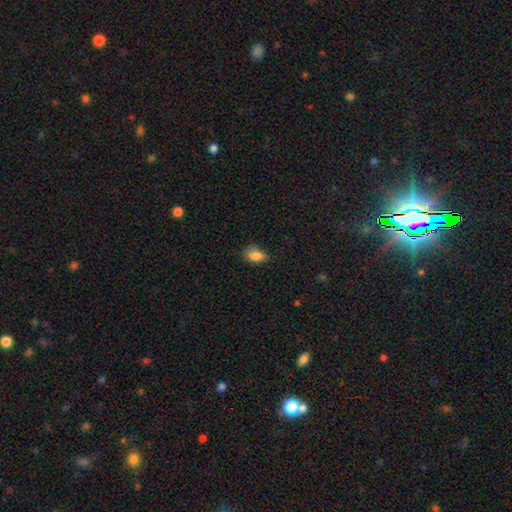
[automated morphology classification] Smooth or featured?
  - smooth: 85% *
  - star or artifact: 10%
  - featured or disk: 6%
How rounded?
  - in between: 81% *
  - round: 17%
  - cigar-shaped: 2%
Merging?
  - none: 69% *
  - minor disturbance: 25%
  - major disturbance: 5%
  - merger: 1%